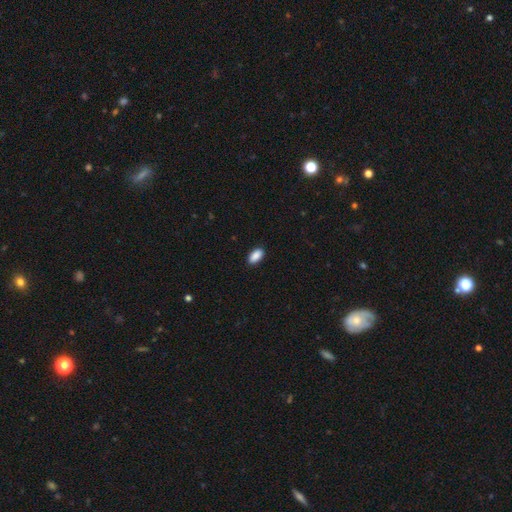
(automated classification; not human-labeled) Morphology: type=smooth (90%); roundness=in between (93%); merging=none (90%).